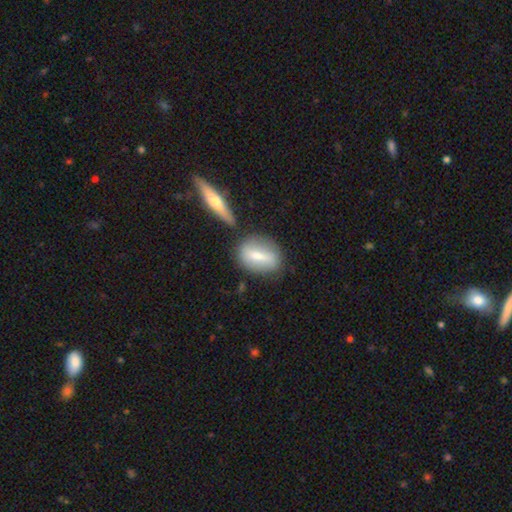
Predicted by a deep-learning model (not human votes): This is possibly a smooth galaxy (52%). How rounded: likely in between (67%). Merging: likely none (68%).